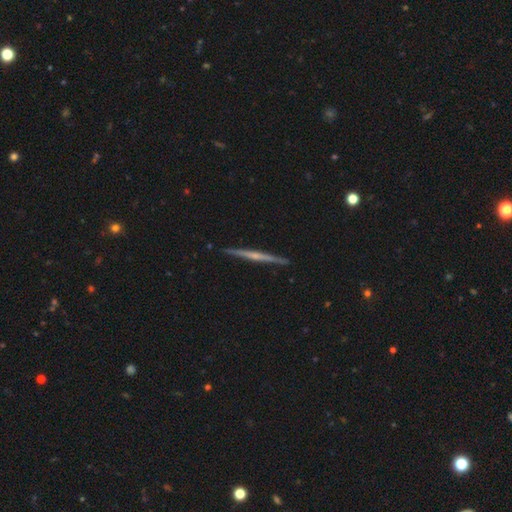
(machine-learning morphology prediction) smooth_or_featured: featured or disk (p=0.74) [alt: smooth p=0.21]
disk_edge_on: yes (p=0.98) [alt: no p=0.02]
edge_on_bulge: rounded (p=0.48) [alt: none p=0.43]
merging: none (p=0.91) [alt: minor disturbance p=0.06]